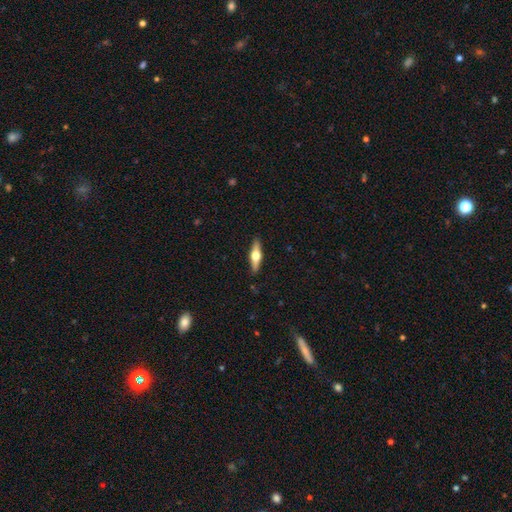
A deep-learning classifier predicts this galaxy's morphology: type=featured or disk (63%); edge-on=yes (96%); edge-on bulge=rounded (96%); merging=none (89%).